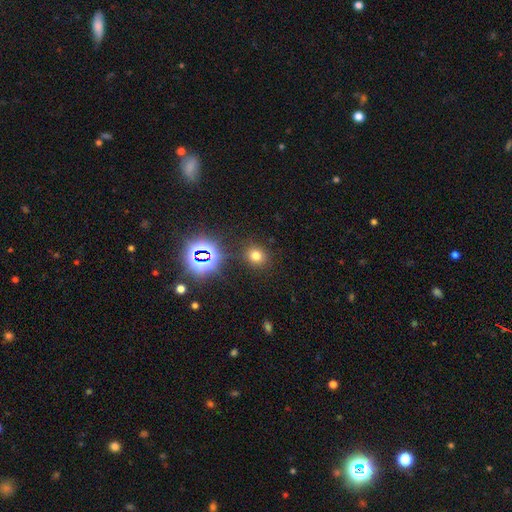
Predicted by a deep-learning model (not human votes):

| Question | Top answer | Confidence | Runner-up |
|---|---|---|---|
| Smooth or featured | smooth | 69% | star or artifact (24%) |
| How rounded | round | 77% | in between (22%) |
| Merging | none | 85% | minor disturbance (8%) |